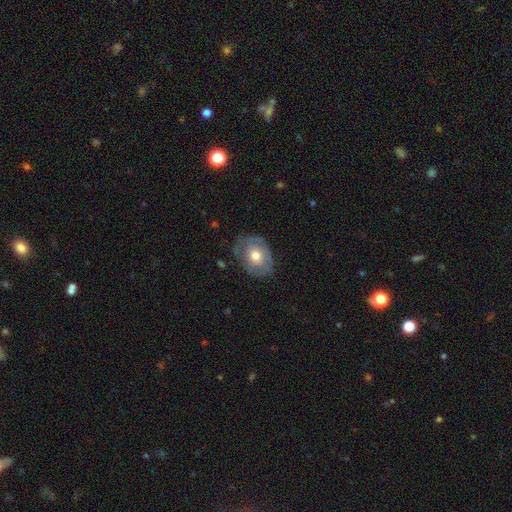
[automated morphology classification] Overall: smooth (54%; featured or disk 39%). How rounded: in between (62%; round 37%). Merging: none (67%).